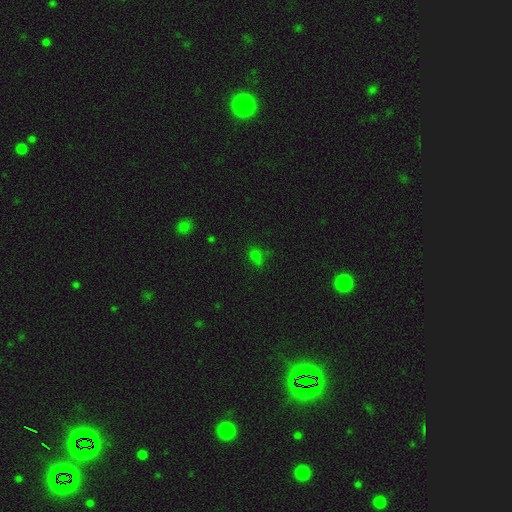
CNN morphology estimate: This is likely a smooth galaxy (65%). How rounded: likely in between (62%). Merging: likely none (62%).